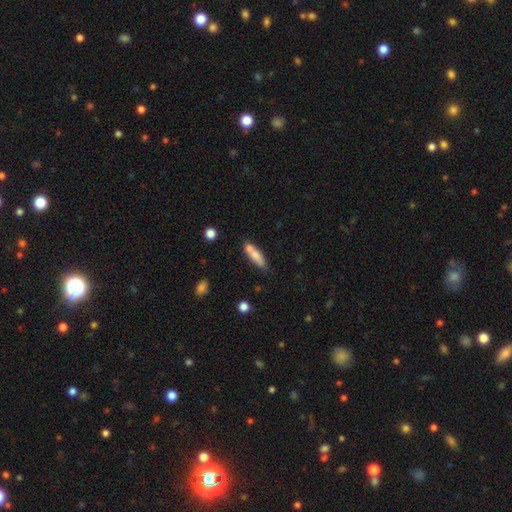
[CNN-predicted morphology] Overall: smooth (74%). How rounded: cigar-shaped (64%; in between 34%). Merging: none (58%; merger 21%).